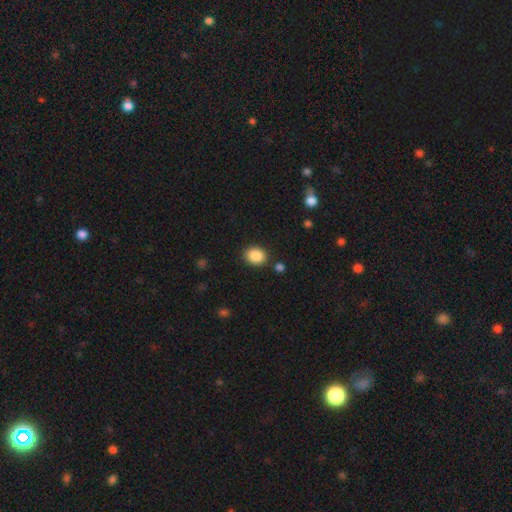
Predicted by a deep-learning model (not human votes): Q: Smooth or featured?
A: smooth (88%); runner-up: star or artifact (8%)
Q: How rounded?
A: round (54%); runner-up: in between (45%)
Q: Merging?
A: none (85%); runner-up: minor disturbance (9%)